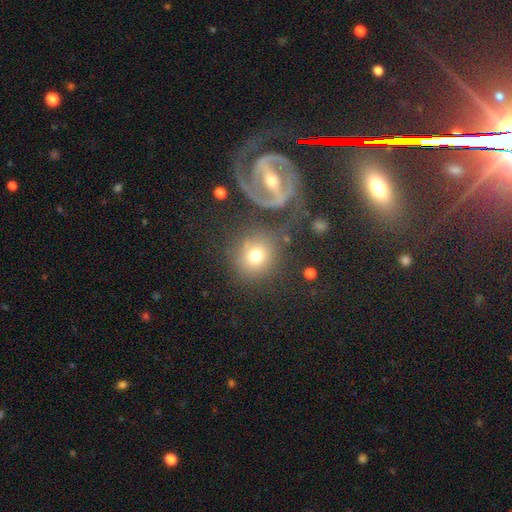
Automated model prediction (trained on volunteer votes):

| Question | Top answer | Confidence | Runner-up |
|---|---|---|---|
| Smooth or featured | smooth | 61% | featured or disk (28%) |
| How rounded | round | 84% | in between (15%) |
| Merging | none | 67% | merger (12%) |